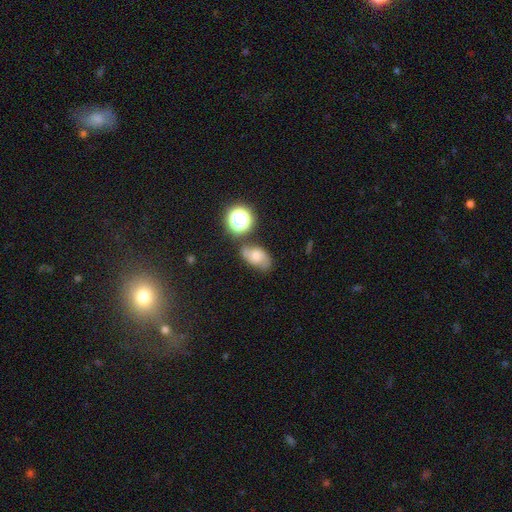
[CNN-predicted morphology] A featured or disk galaxy (43%).

Vote fractions:
- Smooth or featured? featured or disk: 43% / smooth: 37% / star or artifact: 20%
- Merging? none: 64% / minor disturbance: 19% / merger: 9% / major disturbance: 7%